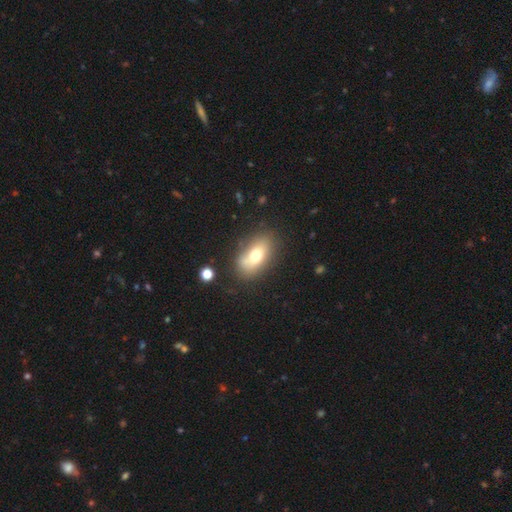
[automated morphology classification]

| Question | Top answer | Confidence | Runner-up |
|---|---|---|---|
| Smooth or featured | smooth | 68% | featured or disk (22%) |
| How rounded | in between | 86% | round (10%) |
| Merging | none | 72% | minor disturbance (17%) |